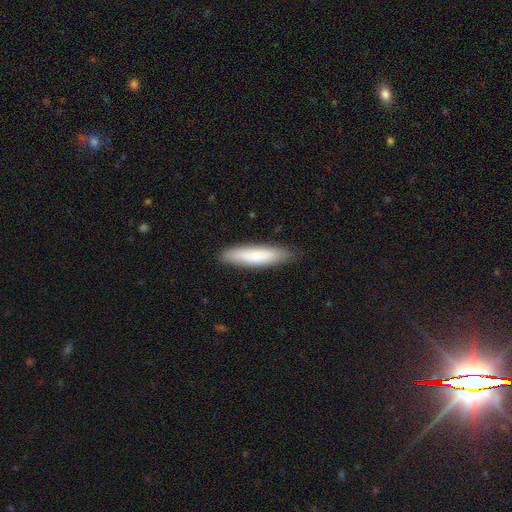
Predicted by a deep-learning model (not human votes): A smooth galaxy with no disk features (75%) that is cigar-shaped (80%). Merging: none (87%).